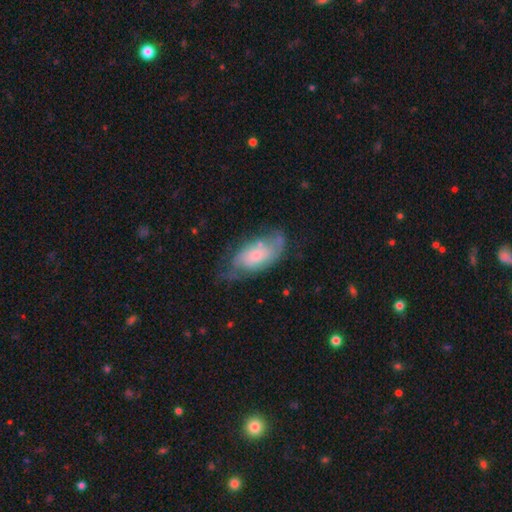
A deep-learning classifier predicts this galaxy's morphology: Q: Smooth or featured?
A: featured or disk (51%); runner-up: smooth (41%)
Q: Edge-on disk?
A: no (90%); runner-up: yes (10%)
Q: Merging?
A: none (48%); runner-up: minor disturbance (31%)